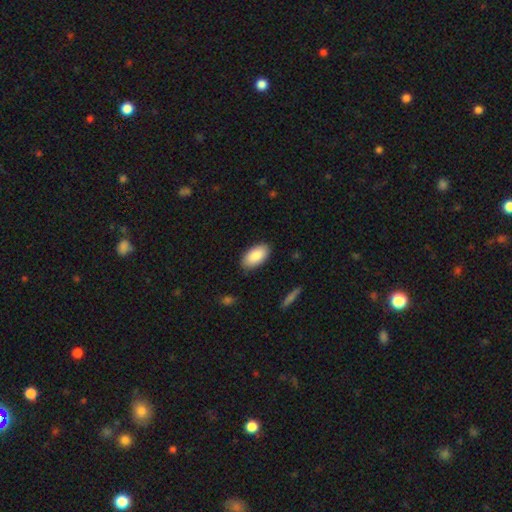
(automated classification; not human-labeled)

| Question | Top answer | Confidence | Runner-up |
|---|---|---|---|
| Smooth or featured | smooth | 87% | featured or disk (7%) |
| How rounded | in between | 94% | cigar-shaped (3%) |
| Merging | none | 87% | minor disturbance (10%) |